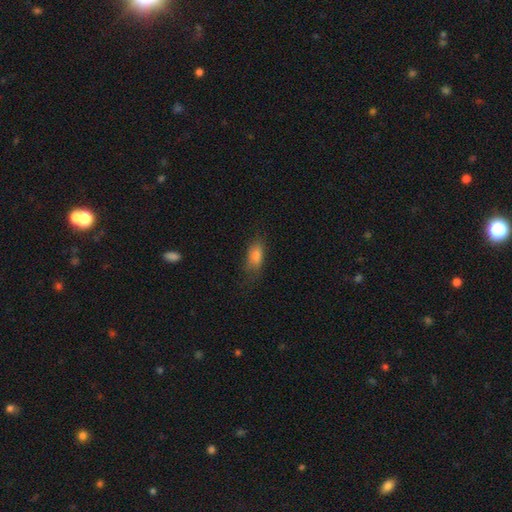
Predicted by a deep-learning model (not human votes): Smooth or featured? smooth (80%)
How rounded? in between (78%)
Merging? none (63%)